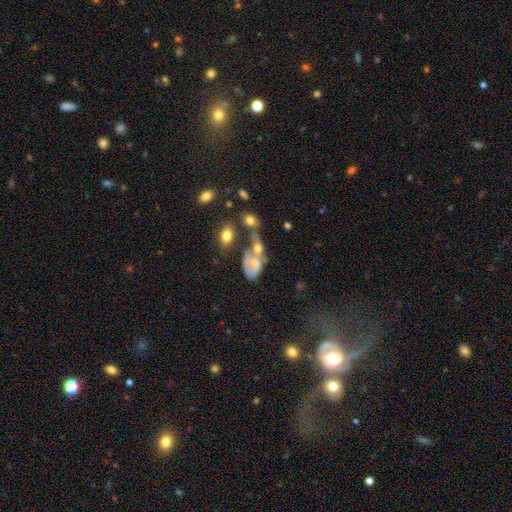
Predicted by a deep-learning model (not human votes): Q: Smooth or featured?
A: featured or disk (47%); runner-up: smooth (32%)
Q: Merging?
A: merger (41%); runner-up: none (26%)